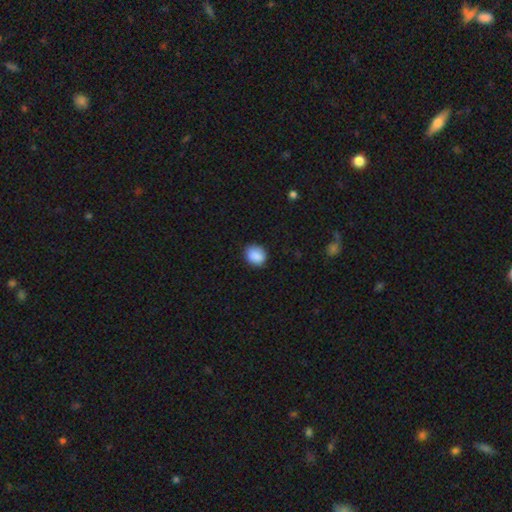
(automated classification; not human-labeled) The model was most divided on "how rounded": round: 64%, in between: 35%, cigar-shaped: 1%. More confident: smooth or featured — smooth (88%); merging — none (84%).